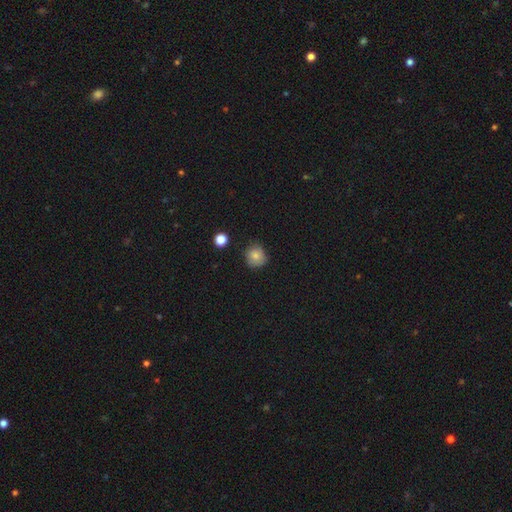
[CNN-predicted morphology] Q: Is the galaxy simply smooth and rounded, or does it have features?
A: smooth — 81%.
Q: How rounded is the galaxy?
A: round — 90%.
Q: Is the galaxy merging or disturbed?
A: none — 80%.